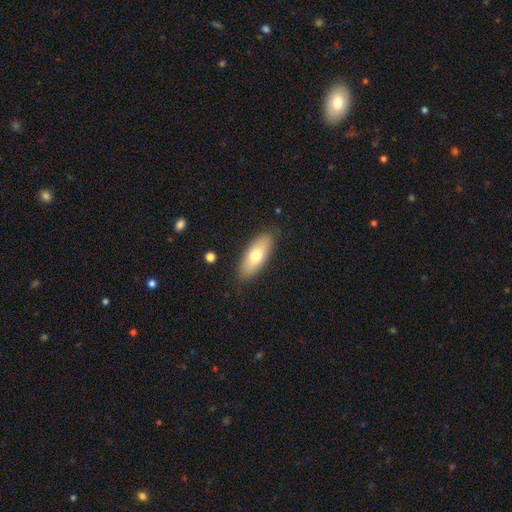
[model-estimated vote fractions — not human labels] Morphology: type=smooth (70%); roundness=in between (76%); merging=none (86%).